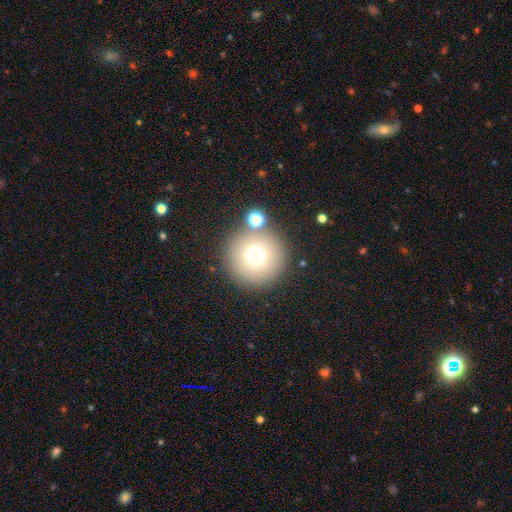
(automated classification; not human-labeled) Morphology: type=smooth (72%); roundness=round (96%); merging=none (81%).